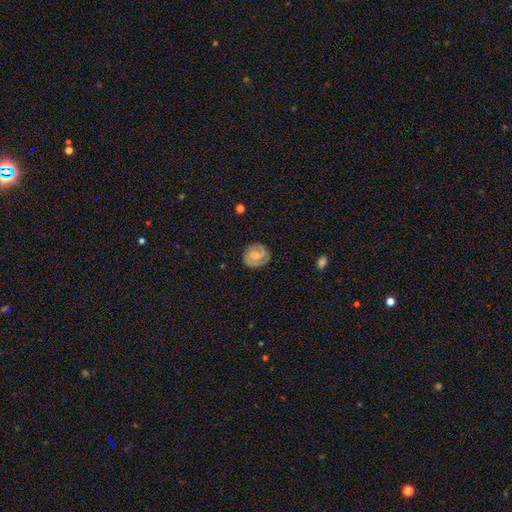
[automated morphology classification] A smooth galaxy with no disk features (47%). Merging: none (75%).